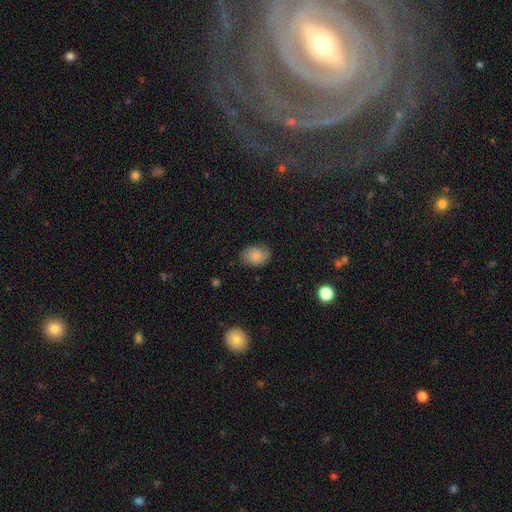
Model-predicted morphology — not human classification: smooth-or-featured: smooth: 83% | featured or disk: 9% | star or artifact: 8%
  how-rounded: in between: 69% | round: 30% | cigar-shaped: 1%
  merging: none: 77% | minor disturbance: 18% | major disturbance: 4% | merger: 1%